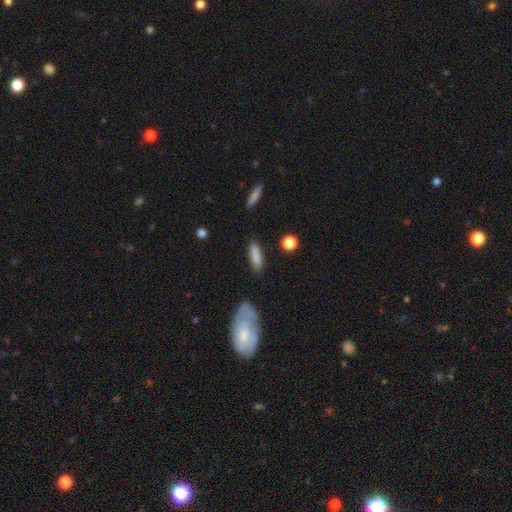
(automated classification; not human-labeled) Overall: smooth (84%). How rounded: cigar-shaped (64%; in between 34%). Merging: none (85%).